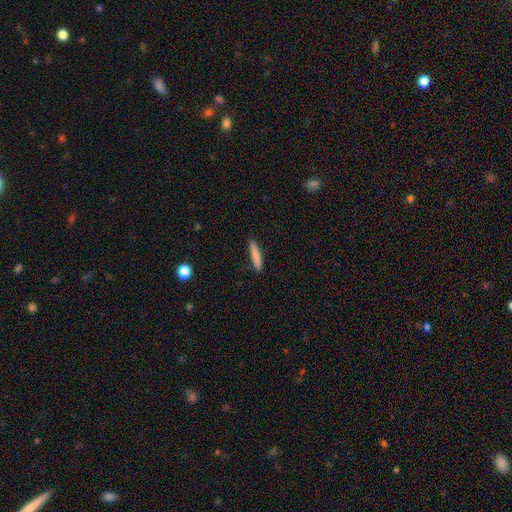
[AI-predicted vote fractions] Morphology: type=smooth (83%); roundness=cigar-shaped (91%); merging=none (90%).